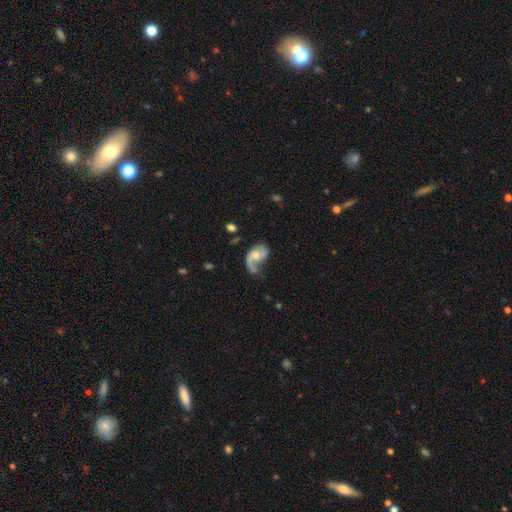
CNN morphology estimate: smooth_or_featured: featured or disk (p=0.74) [alt: smooth p=0.20]
disk_edge_on: no (p=0.97) [alt: yes p=0.03]
bar: no (p=0.62) [alt: weak p=0.32]
has_spiral_arms: yes (p=0.90) [alt: no p=0.10]
spiral_winding: loose (p=0.56) [alt: medium p=0.33]
spiral_arm_count: 2 (p=0.47) [alt: 1 p=0.46]
bulge_size: moderate (p=0.47) [alt: small p=0.35]
merging: major disturbance (p=0.37) [alt: none p=0.35]